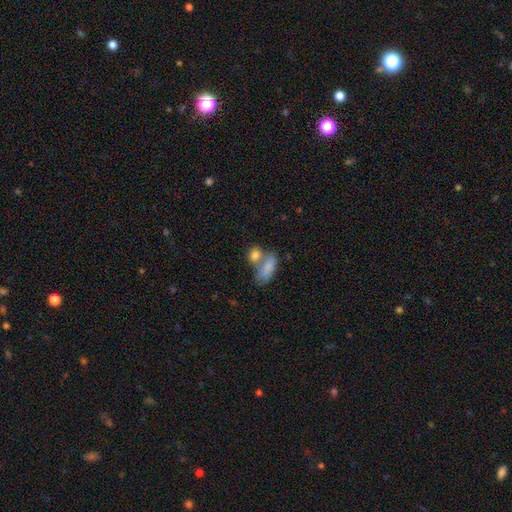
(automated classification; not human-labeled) This is clearly a smooth galaxy (80%). How rounded: likely in between (68%). Merging: possibly merger (48%).